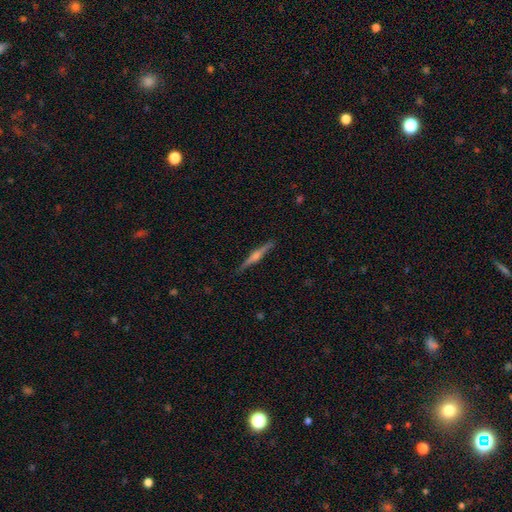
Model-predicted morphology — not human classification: A featured or disk galaxy (77%) viewed edge-on (98%) with a rounded central bulge (84%).

Vote fractions:
- Smooth or featured? featured or disk: 77% / smooth: 17% / star or artifact: 6%
- Edge-on disk? yes: 98% / no: 2%
- Edge-on bulge? rounded: 84% / boxy: 10% / none: 7%
- Merging? none: 90% / minor disturbance: 7% / major disturbance: 1% / merger: 1%